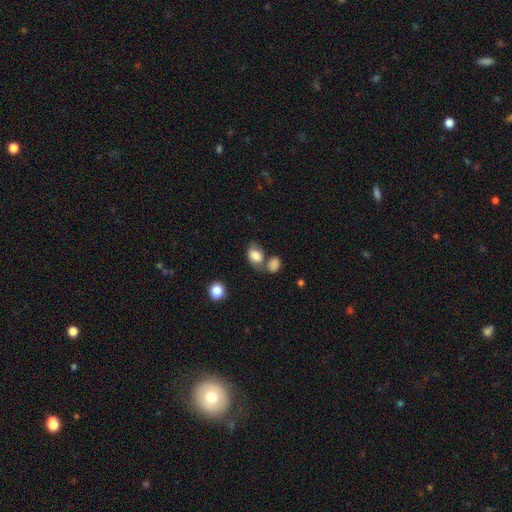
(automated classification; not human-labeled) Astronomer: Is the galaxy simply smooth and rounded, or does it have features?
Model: smooth — 82%.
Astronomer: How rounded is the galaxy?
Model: in between — 75%.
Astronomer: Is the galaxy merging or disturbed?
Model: none — 47% (runner-up: merger, 28%).